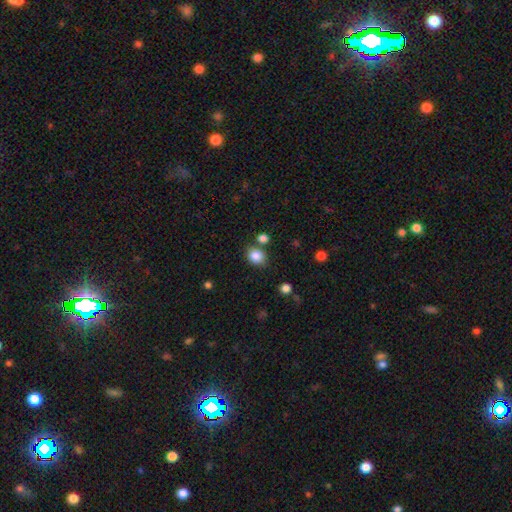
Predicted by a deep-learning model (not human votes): smooth 85%, star or artifact 10%, featured or disk 5%. Down the decision tree: how rounded — round (60%); merging — none (72%).